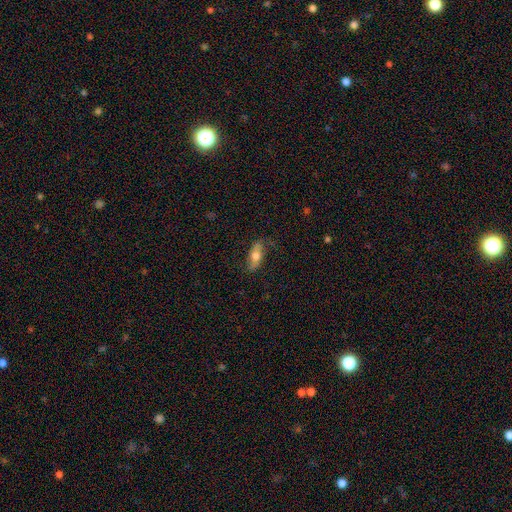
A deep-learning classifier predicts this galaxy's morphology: Overall: smooth (53%; featured or disk 41%). How rounded: in between (71%). Merging: none (74%).